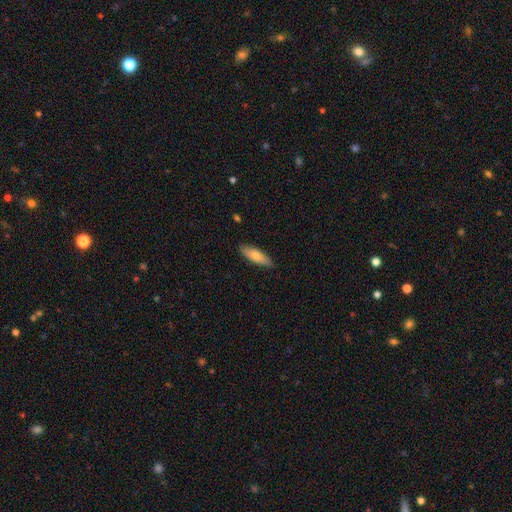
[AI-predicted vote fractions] Smooth or featured? Predicted: smooth (p=0.74). How rounded? Predicted: cigar-shaped (p=0.52). Merging? Predicted: none (p=0.86).